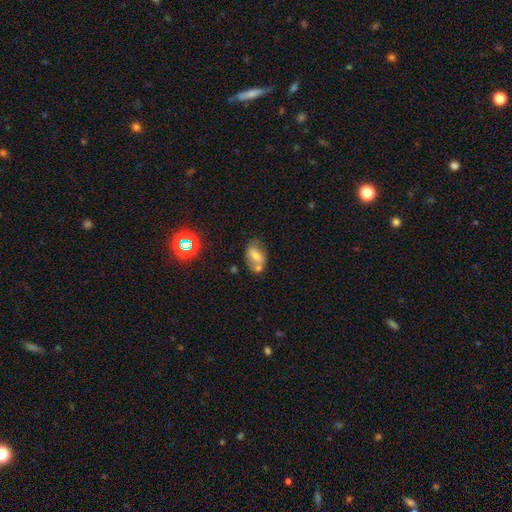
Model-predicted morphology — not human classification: type=smooth (60%); roundness=in between (84%); merging=none (44%).